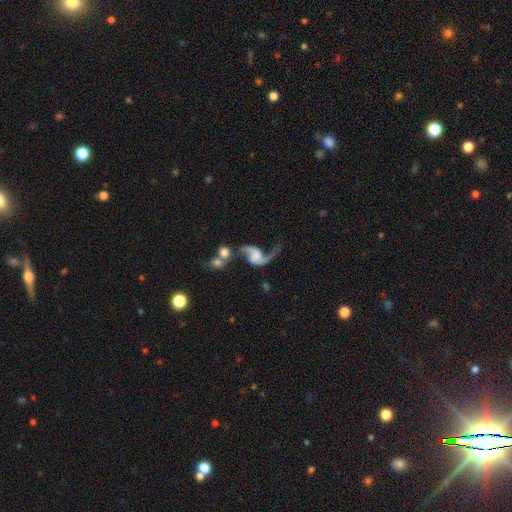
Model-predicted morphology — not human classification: featured or disk 84%, smooth 10%, star or artifact 7%. Down the decision tree: edge-on disk — no (97%); bar — no (56%); spiral arms — yes (94%); spiral arm count — 2 (89%); spiral winding — loose (88%); bulge size — none (46%); merging — none (39%).